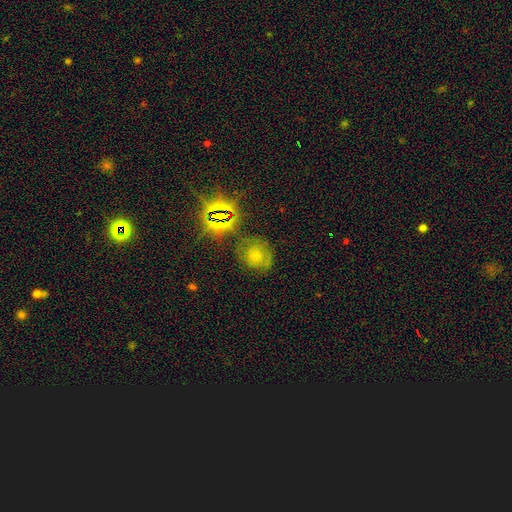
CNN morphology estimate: Smooth or featured? smooth (53%)
How rounded? round (79%)
Merging? none (66%)